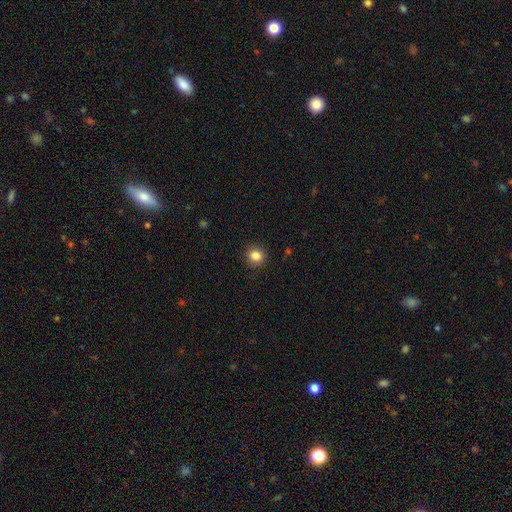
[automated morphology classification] smooth 84%, star or artifact 11%, featured or disk 5%. Down the decision tree: how rounded — round (84%); merging — none (90%).